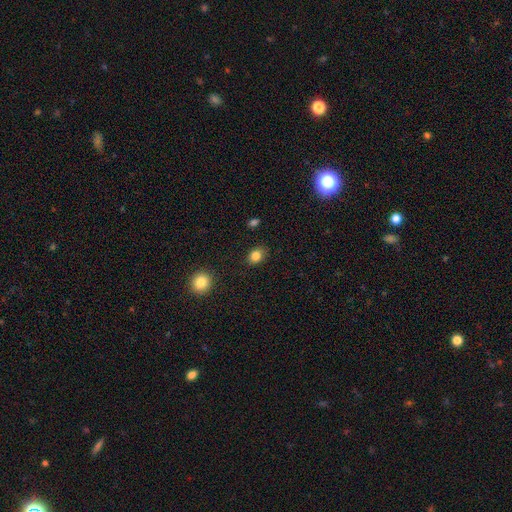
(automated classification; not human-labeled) The model was most divided on "how rounded": in between: 67%, round: 32%, cigar-shaped: 1%. More confident: merging — none (86%); smooth or featured — smooth (83%).